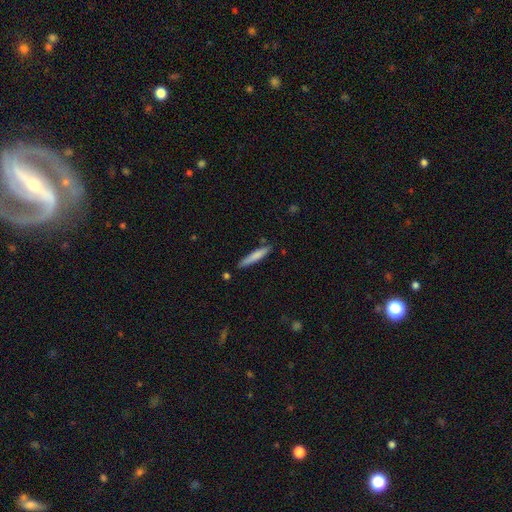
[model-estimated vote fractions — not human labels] smooth-or-featured: smooth: 75% | featured or disk: 19% | star or artifact: 6%
  how-rounded: cigar-shaped: 93% | in between: 6% | round: 1%
  merging: none: 83% | minor disturbance: 12% | merger: 3% | major disturbance: 2%